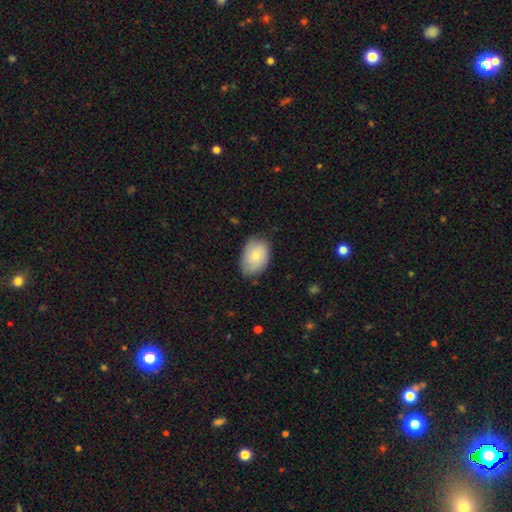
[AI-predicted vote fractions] This appears to be a smooth galaxy with no disk features (73%) that is in between round and cigar-shaped (80%). Merging: none (74%).